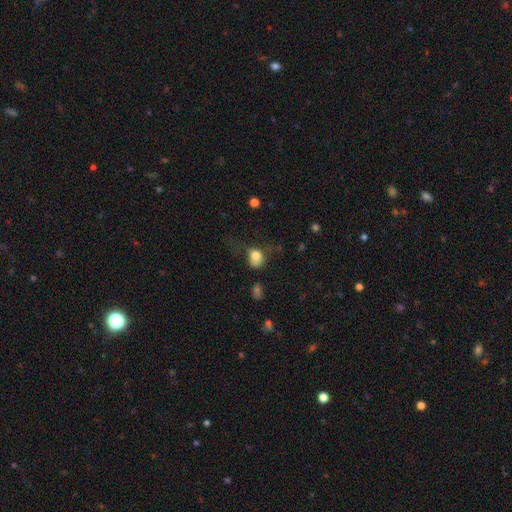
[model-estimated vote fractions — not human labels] Smooth or featured? Predicted: smooth (p=0.79). How rounded? Predicted: round (p=0.52). Merging? Predicted: major disturbance (p=0.34).